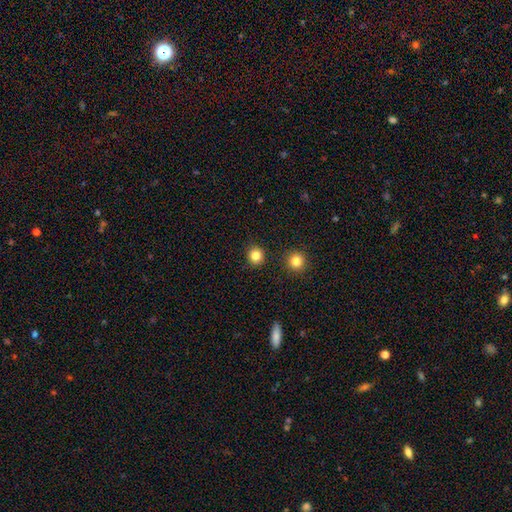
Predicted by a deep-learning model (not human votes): This is clearly a smooth galaxy (84%). How rounded: clearly round (89%). Merging: clearly none (90%).